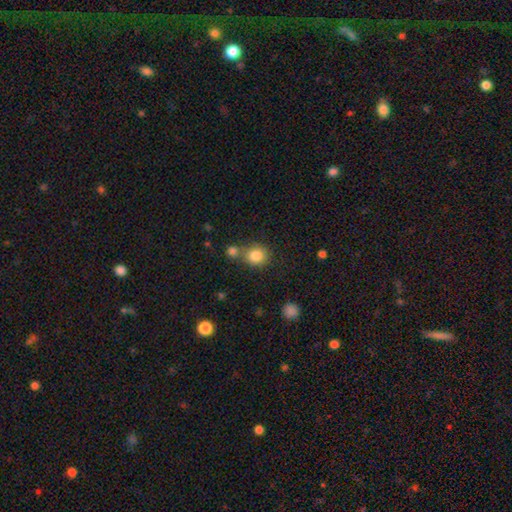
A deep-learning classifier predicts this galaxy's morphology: The model was most divided on "merging": none: 60%, merger: 26%, minor disturbance: 10%, major disturbance: 4%. More confident: smooth or featured — smooth (83%); how rounded — round (81%).